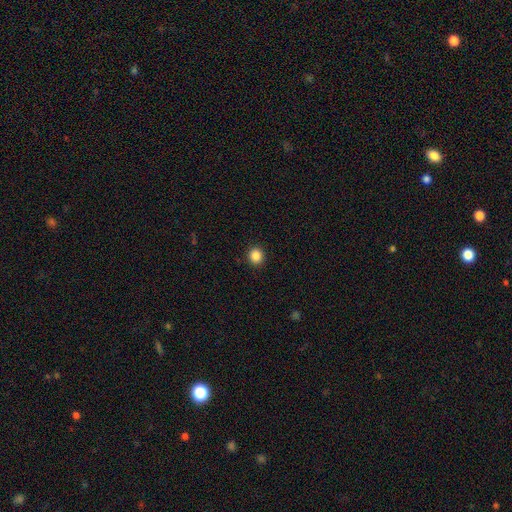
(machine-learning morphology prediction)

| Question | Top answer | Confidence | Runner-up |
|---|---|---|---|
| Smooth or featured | smooth | 86% | star or artifact (10%) |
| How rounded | round | 87% | in between (12%) |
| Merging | none | 92% | minor disturbance (5%) |